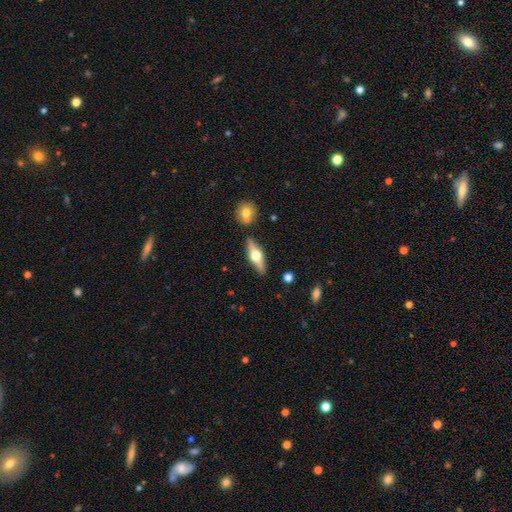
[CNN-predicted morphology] The model was most divided on "smooth or featured": featured or disk: 59%, smooth: 36%, star or artifact: 6%. More confident: edge-on bulge — rounded (95%); edge-on disk — yes (92%); merging — none (84%).